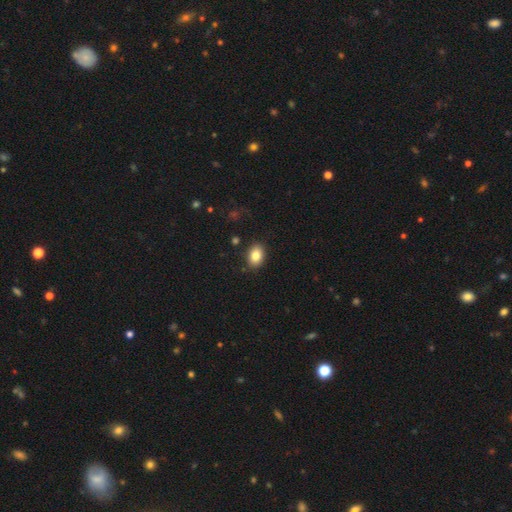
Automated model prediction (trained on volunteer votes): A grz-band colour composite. It shows a smooth galaxy with no disk features (84%) that is in between round and cigar-shaped (78%). Merging: none (86%).